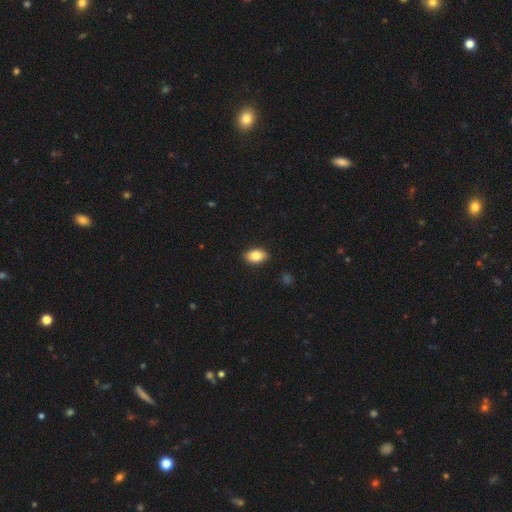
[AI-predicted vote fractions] Smooth or featured? Predicted: smooth (p=0.85). How rounded? Predicted: in between (p=0.90). Merging? Predicted: none (p=0.89).